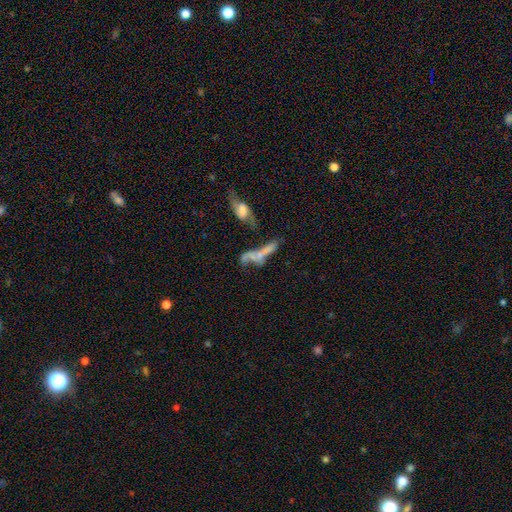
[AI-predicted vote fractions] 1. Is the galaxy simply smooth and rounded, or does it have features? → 46% featured or disk, 42% smooth, 13% star or artifact.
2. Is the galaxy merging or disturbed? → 48% merger, 22% none, 18% major disturbance, 12% minor disturbance.